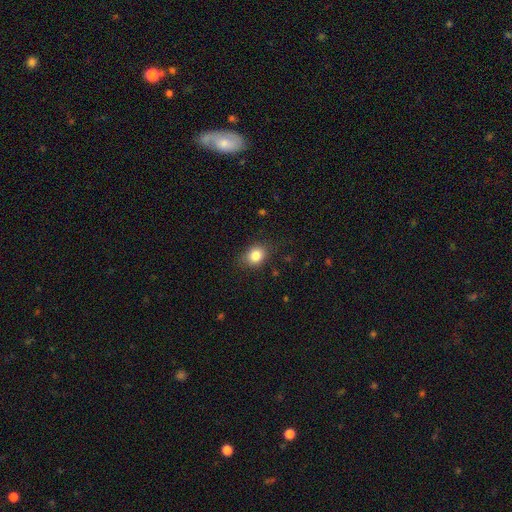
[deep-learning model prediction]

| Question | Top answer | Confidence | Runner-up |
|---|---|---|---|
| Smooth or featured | smooth | 83% | star or artifact (10%) |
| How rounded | round | 53% | in between (46%) |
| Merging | none | 81% | minor disturbance (14%) |